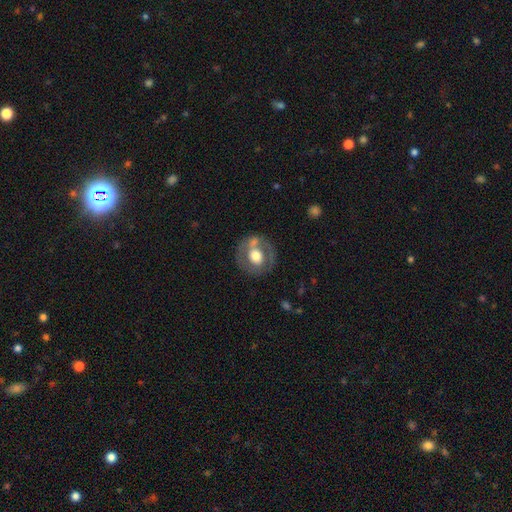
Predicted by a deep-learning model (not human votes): Morphology: type=featured or disk (49%); merging=none (65%).